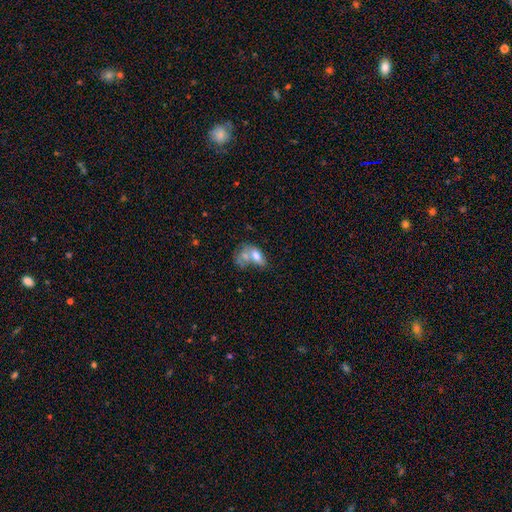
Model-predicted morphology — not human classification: smooth_or_featured: smooth (p=0.66) [alt: featured or disk p=0.26]
how_rounded: in between (p=0.86) [alt: round p=0.10]
merging: merger (p=0.56) [alt: none p=0.19]